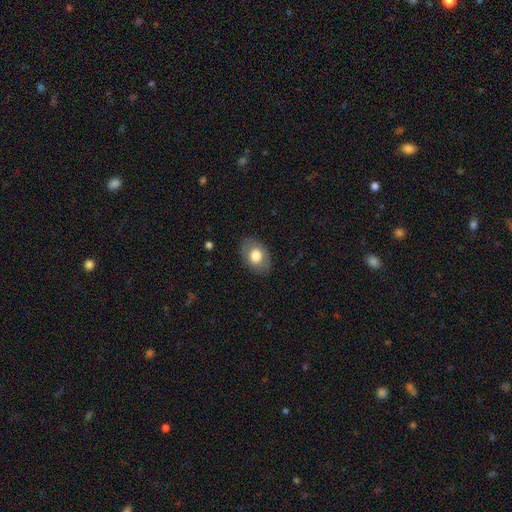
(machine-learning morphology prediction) Smooth or featured? smooth (74%)
How rounded? in between (79%)
Merging? none (84%)